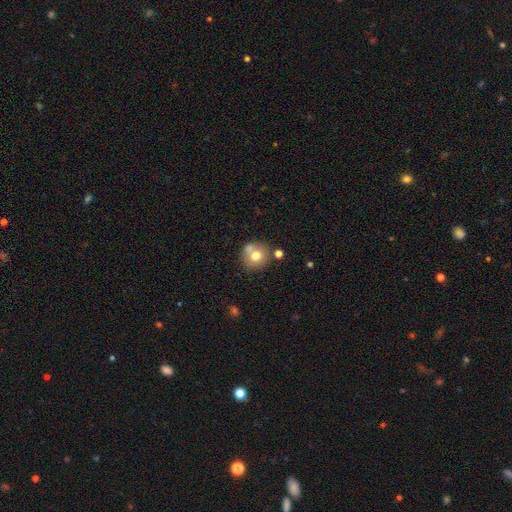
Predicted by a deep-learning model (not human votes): Q: Smooth or featured?
A: smooth (72%); runner-up: featured or disk (18%)
Q: How rounded?
A: round (88%); runner-up: in between (11%)
Q: Merging?
A: none (61%); runner-up: merger (22%)